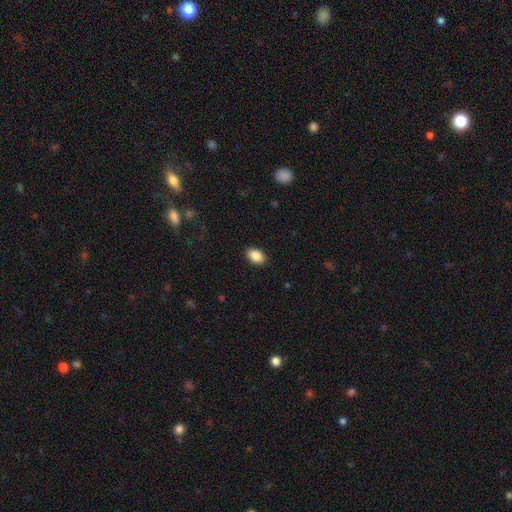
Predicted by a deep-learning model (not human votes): smooth-or-featured: smooth: 89% | star or artifact: 8% | featured or disk: 4%
  how-rounded: in between: 88% | round: 11% | cigar-shaped: 1%
  merging: none: 90% | minor disturbance: 8% | major disturbance: 2% | merger: 1%